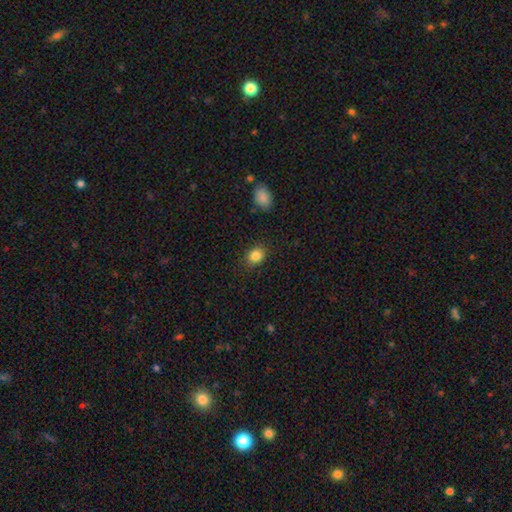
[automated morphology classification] This appears to be a smooth galaxy with no disk features (85%) that is round (55%). Merging: none (86%).